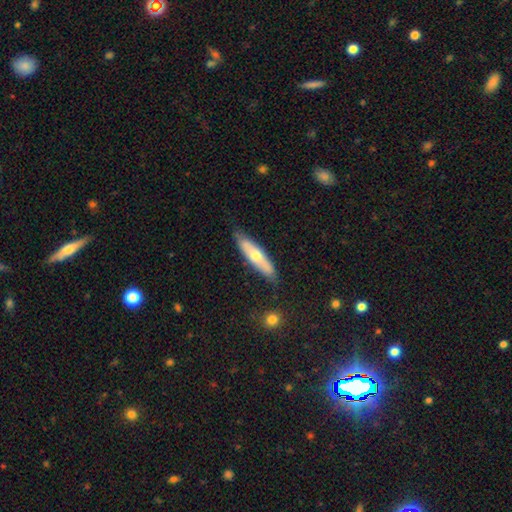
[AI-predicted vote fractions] Q: Smooth or featured?
A: smooth (52%); runner-up: featured or disk (43%)
Q: How rounded?
A: cigar-shaped (71%); runner-up: in between (27%)
Q: Merging?
A: none (80%); runner-up: minor disturbance (15%)